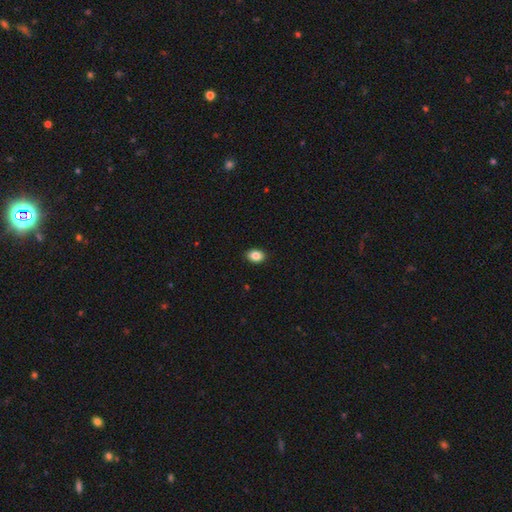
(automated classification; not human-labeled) This appears to be a smooth galaxy with no disk features (87%) that is in between round and cigar-shaped (72%). Merging: none (90%).